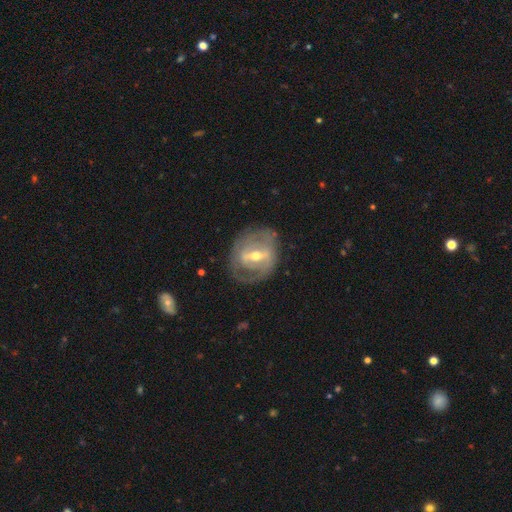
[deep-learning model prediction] smooth-or-featured: featured or disk: 80% | smooth: 15% | star or artifact: 6%
  disk-edge-on: no: 94% | yes: 6%
    bar: strong: 56% | weak: 34% | no: 11%
    has-spiral-arms: yes: 65% | no: 35%
    bulge-size: moderate: 62% | small: 33% | large: 3% | none: 1% | dominant: 1%
  merging: none: 69% | minor disturbance: 19% | major disturbance: 11% | merger: 2%